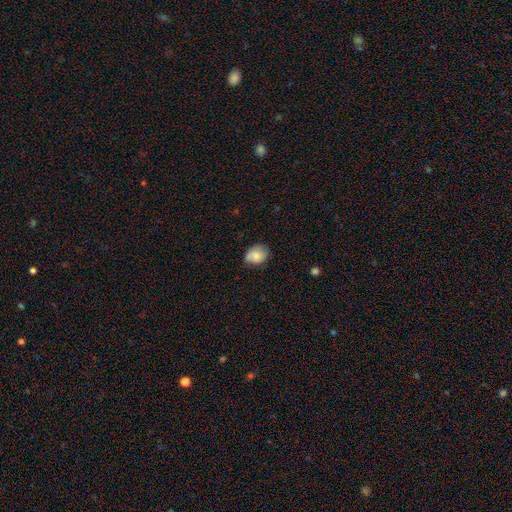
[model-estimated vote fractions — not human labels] This appears to be a smooth galaxy with no disk features (72%) that is in between round and cigar-shaped (59%). Merging: none (62%).